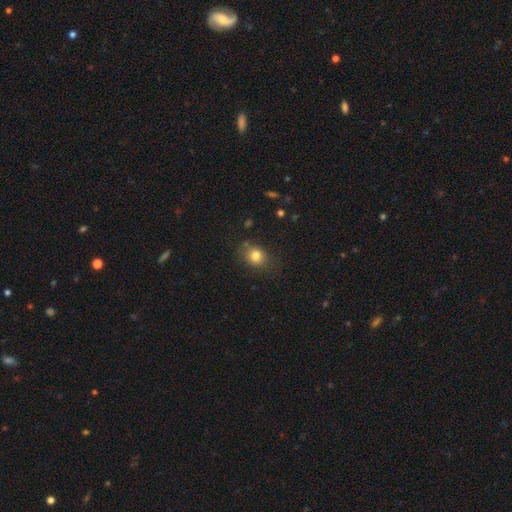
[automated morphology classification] Smooth or featured?
  - smooth: 80% *
  - star or artifact: 12%
  - featured or disk: 8%
How rounded?
  - round: 63% *
  - in between: 37%
  - cigar-shaped: 1%
Merging?
  - none: 75% *
  - minor disturbance: 17%
  - major disturbance: 5%
  - merger: 3%